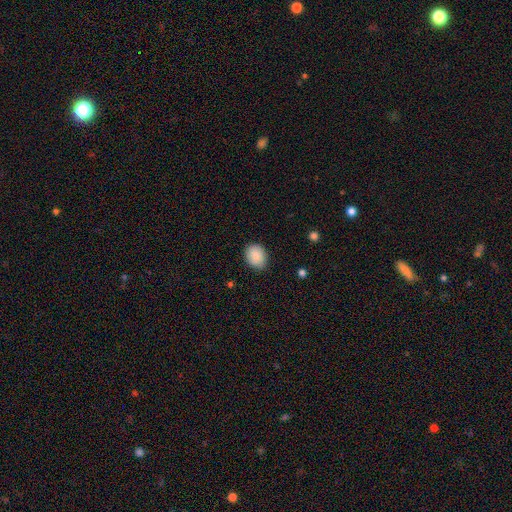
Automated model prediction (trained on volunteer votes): The model was most divided on "how rounded": in between: 55%, round: 44%, cigar-shaped: 1%. More confident: smooth or featured — smooth (88%); merging — none (85%).